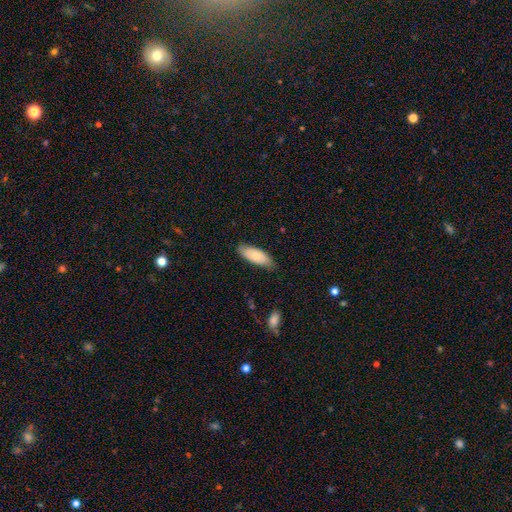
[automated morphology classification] Smooth or featured: smooth — 73% (featured or disk — 21%)
How rounded: in between — 81% (cigar-shaped — 17%)
Merging: none — 78% (minor disturbance — 18%)